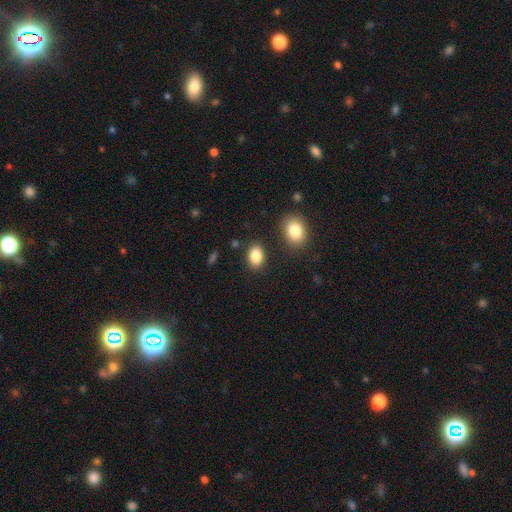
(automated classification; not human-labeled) Overall: smooth (86%). How rounded: in between (83%). Merging: none (84%).